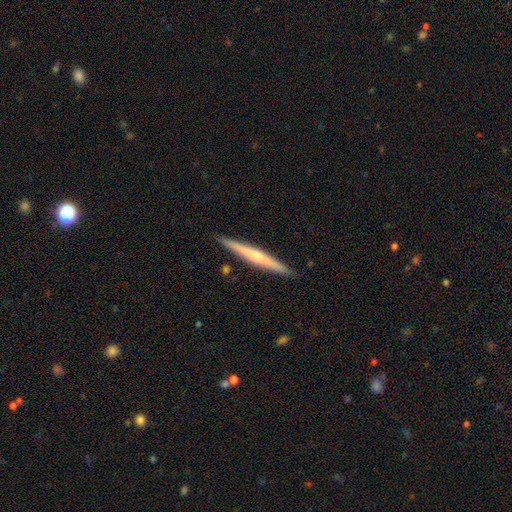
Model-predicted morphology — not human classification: type=featured or disk (60%); edge-on=yes (98%); edge-on bulge=rounded (54%); merging=none (91%).